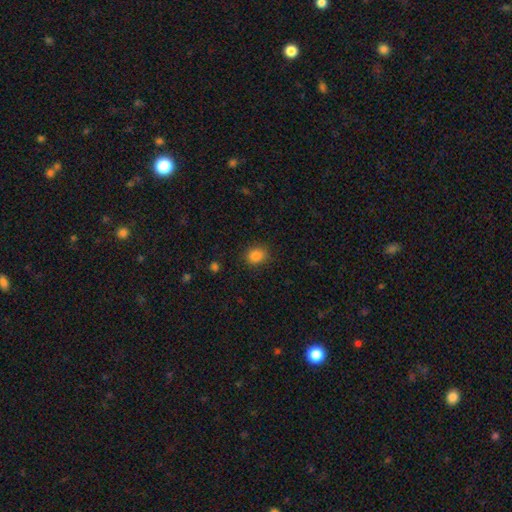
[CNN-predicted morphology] This appears to be a smooth galaxy with no disk features (84%) that is round (67%). Merging: none (87%).